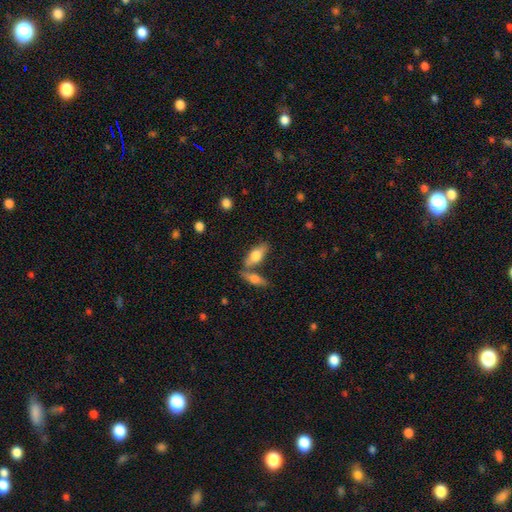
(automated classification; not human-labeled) smooth 67%, featured or disk 27%, star or artifact 6%. Down the decision tree: how rounded — in between (75%); merging — none (57%).